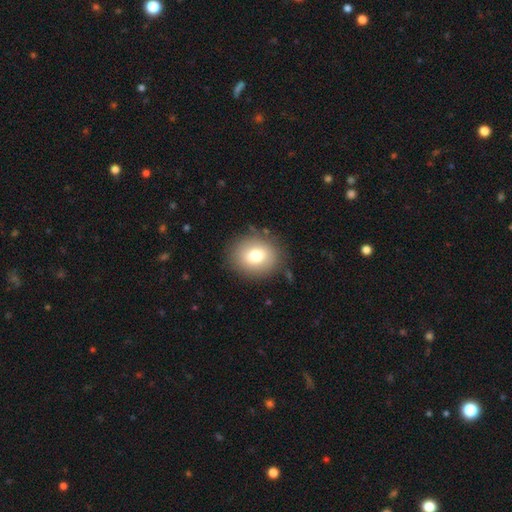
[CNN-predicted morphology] A smooth galaxy with no disk features (76%) that is round (69%).

Vote fractions:
- Smooth or featured? smooth: 76% / featured or disk: 14% / star or artifact: 10%
- How rounded? round: 69% / in between: 30% / cigar-shaped: 1%
- Merging? none: 85% / minor disturbance: 10% / major disturbance: 4% / merger: 2%